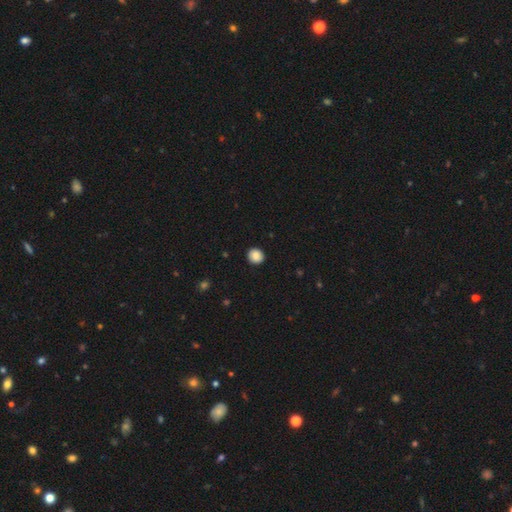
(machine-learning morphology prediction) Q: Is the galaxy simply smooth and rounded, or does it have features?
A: smooth — 88%.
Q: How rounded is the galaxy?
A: round — 89%.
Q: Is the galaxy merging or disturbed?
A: none — 91%.